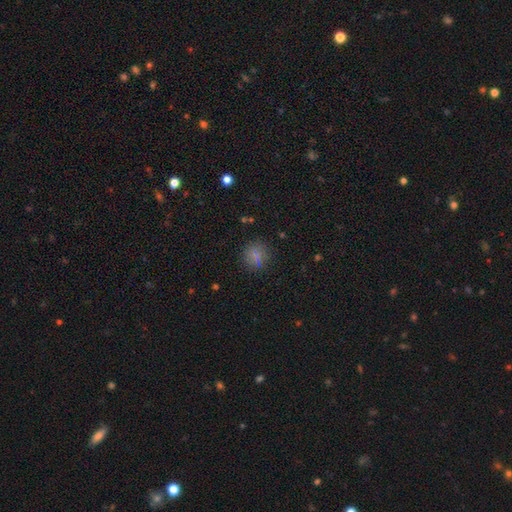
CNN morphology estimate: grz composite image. It shows a smooth galaxy with no disk features (67%) that is round (86%). Merging: none (86%).